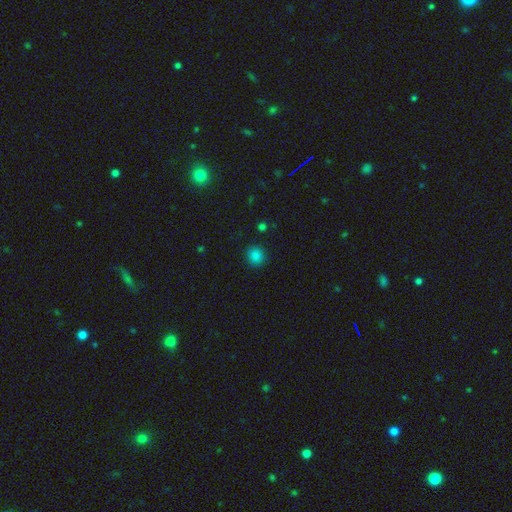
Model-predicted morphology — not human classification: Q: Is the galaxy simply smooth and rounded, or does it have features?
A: smooth — 83%.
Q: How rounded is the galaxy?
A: round — 86%.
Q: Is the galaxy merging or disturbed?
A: none — 90%.